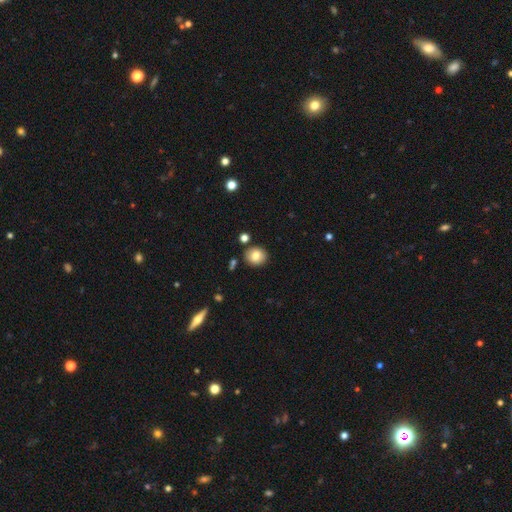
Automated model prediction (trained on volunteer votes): Smooth or featured?
  - smooth: 81% *
  - star or artifact: 10%
  - featured or disk: 9%
How rounded?
  - round: 78% *
  - in between: 21%
  - cigar-shaped: 1%
Merging?
  - none: 86% *
  - minor disturbance: 8%
  - merger: 4%
  - major disturbance: 2%